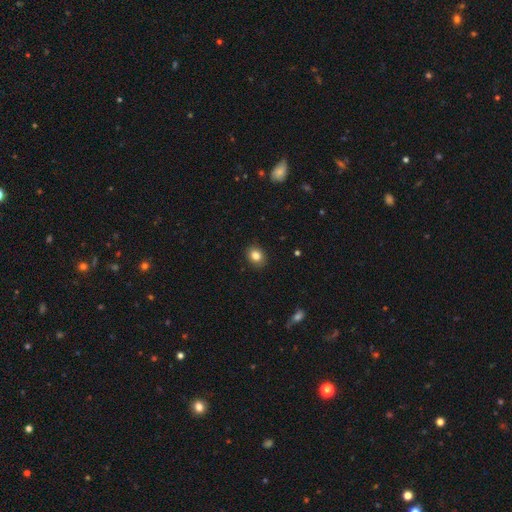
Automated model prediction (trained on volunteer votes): Smooth or featured? Predicted: smooth (p=0.84). How rounded? Predicted: round (p=0.53). Merging? Predicted: none (p=0.88).